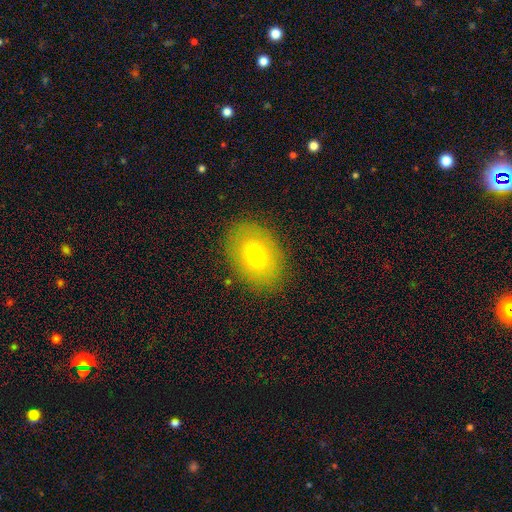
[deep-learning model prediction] This appears to be a smooth galaxy with no disk features (73%) that is in between round and cigar-shaped (76%). Merging: none (85%).